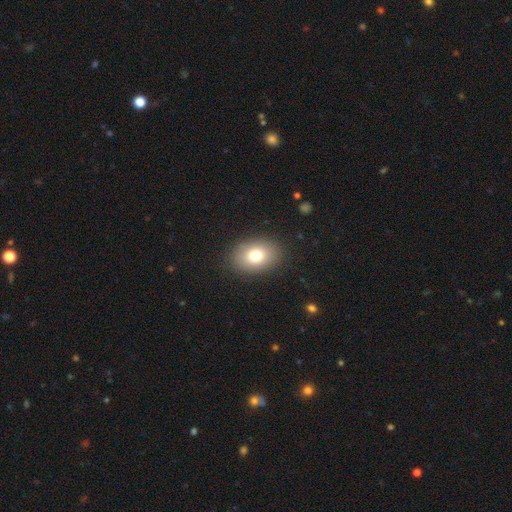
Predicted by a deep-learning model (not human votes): Q: Smooth or featured?
A: smooth (78%); runner-up: featured or disk (12%)
Q: How rounded?
A: in between (75%); runner-up: round (24%)
Q: Merging?
A: none (87%); runner-up: minor disturbance (9%)